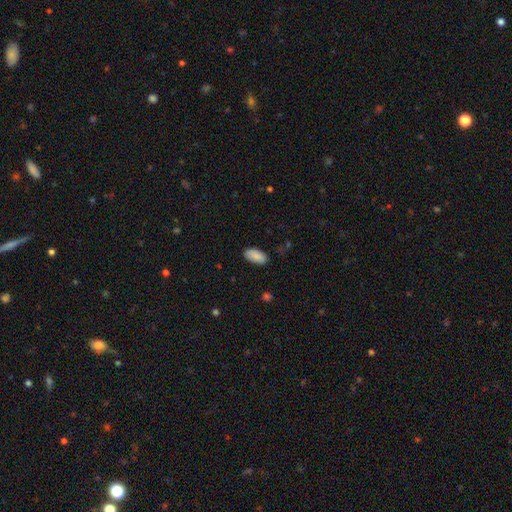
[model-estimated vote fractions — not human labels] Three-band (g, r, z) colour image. It shows a smooth galaxy with no disk features (86%) that is in between round and cigar-shaped (94%). Merging: none (83%).